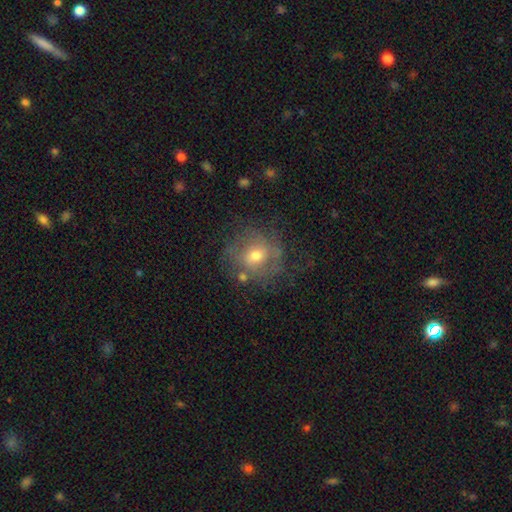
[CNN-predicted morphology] This appears to be a smooth galaxy with no disk features (46%). Merging: none (59%).